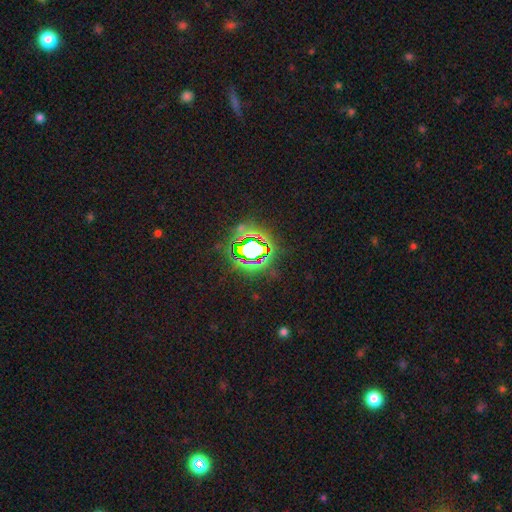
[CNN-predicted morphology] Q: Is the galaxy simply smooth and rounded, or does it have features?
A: star or artifact — 76%.